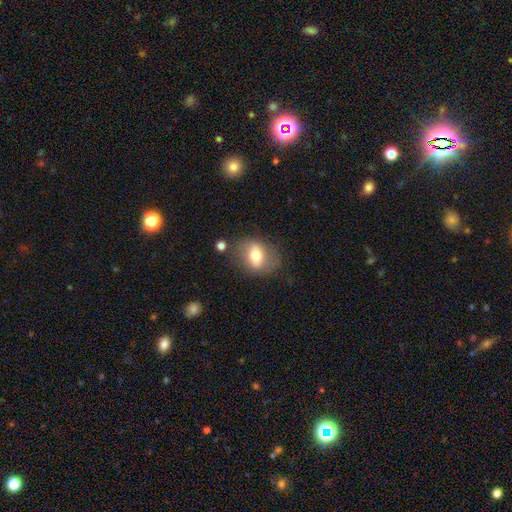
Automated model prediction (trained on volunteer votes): Q: Smooth or featured?
A: smooth (62%); runner-up: featured or disk (30%)
Q: How rounded?
A: in between (66%); runner-up: round (32%)
Q: Merging?
A: none (72%); runner-up: minor disturbance (16%)